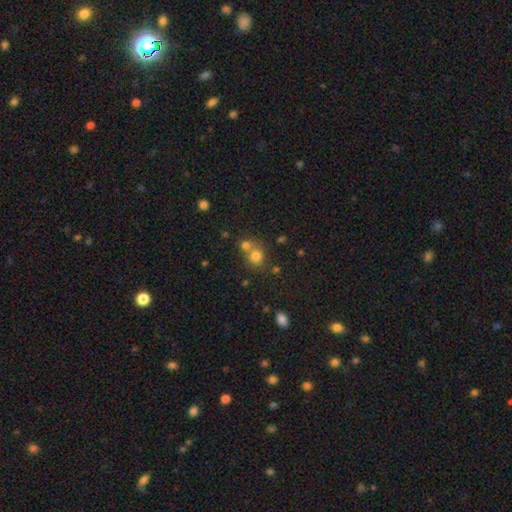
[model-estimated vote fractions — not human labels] This appears to be a smooth galaxy with no disk features (75%) that is round (81%). Merging: none (47%).